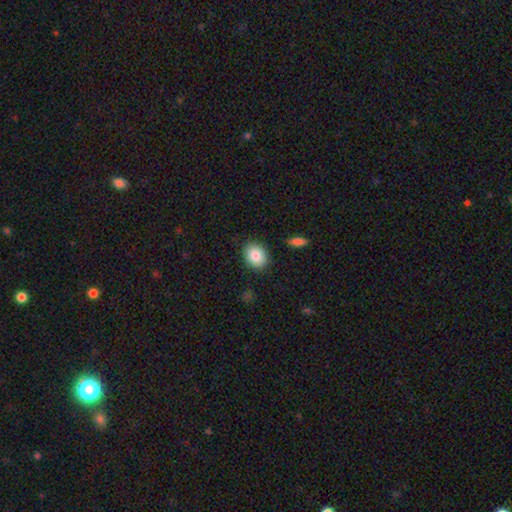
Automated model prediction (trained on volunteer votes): The model was most divided on "how rounded": in between: 60%, round: 39%, cigar-shaped: 1%. More confident: merging — none (87%); smooth or featured — smooth (85%).